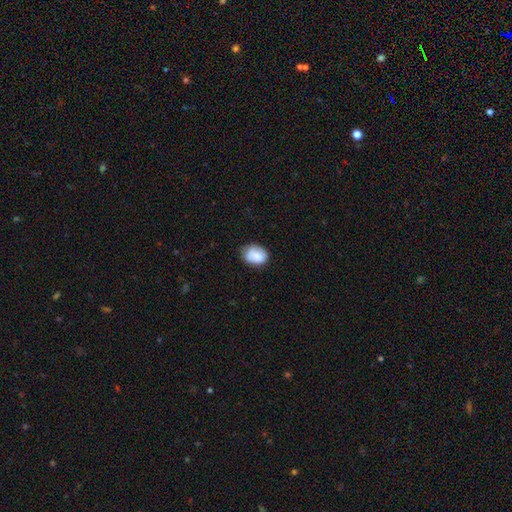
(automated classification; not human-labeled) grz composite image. It shows a smooth galaxy with no disk features (81%) that is in between round and cigar-shaped (67%). Merging: none (66%).